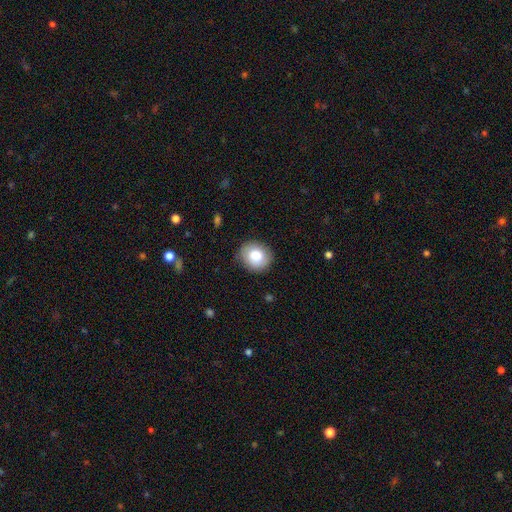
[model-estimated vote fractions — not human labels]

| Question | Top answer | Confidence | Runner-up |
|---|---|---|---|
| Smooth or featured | smooth | 82% | featured or disk (10%) |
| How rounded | round | 76% | in between (23%) |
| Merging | none | 85% | minor disturbance (11%) |